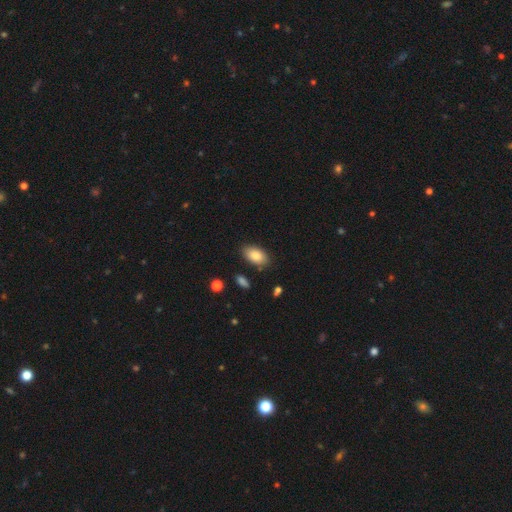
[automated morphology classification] Q: Smooth or featured?
A: smooth (86%); runner-up: featured or disk (7%)
Q: How rounded?
A: in between (93%); runner-up: round (5%)
Q: Merging?
A: none (84%); runner-up: minor disturbance (11%)